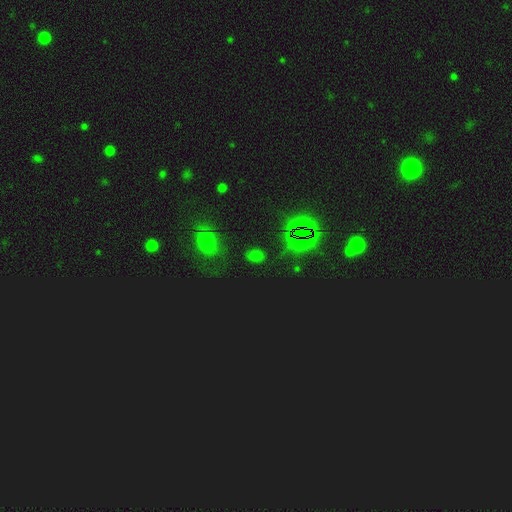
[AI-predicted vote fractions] Smooth or featured: star or artifact — 53% (smooth — 41%)